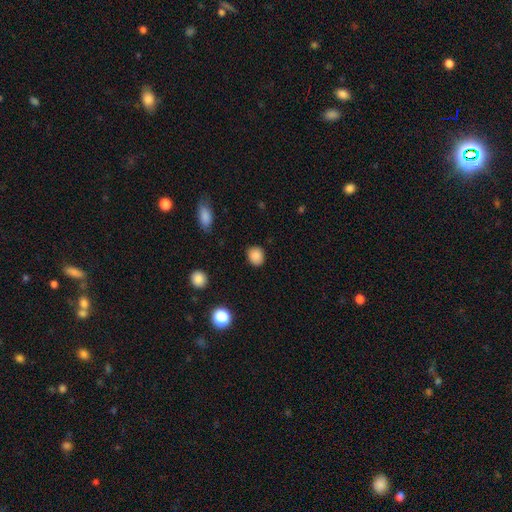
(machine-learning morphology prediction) smooth 87%, star or artifact 10%, featured or disk 4%. Down the decision tree: how rounded — round (72%); merging — none (87%).